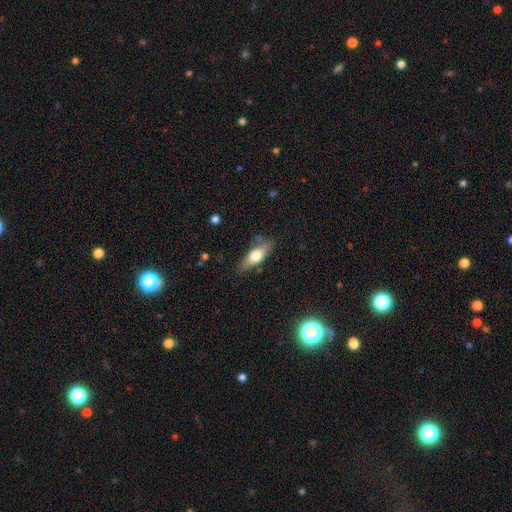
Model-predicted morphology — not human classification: This appears to be a smooth galaxy with no disk features (65%) that is in between round and cigar-shaped (66%). Merging: none (73%).